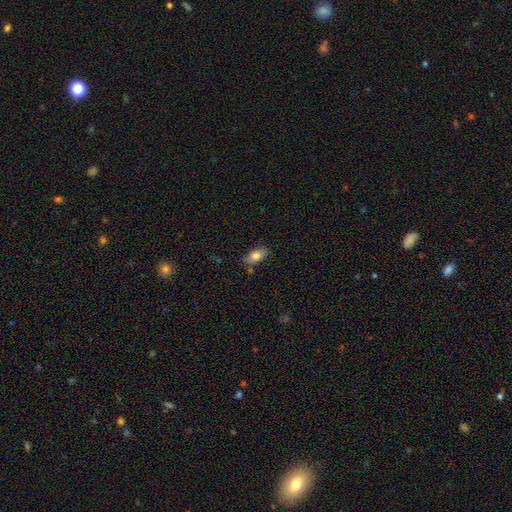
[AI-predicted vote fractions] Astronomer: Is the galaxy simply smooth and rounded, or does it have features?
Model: smooth — 79%.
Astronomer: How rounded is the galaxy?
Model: in between — 88%.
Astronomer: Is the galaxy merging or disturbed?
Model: none — 80%.